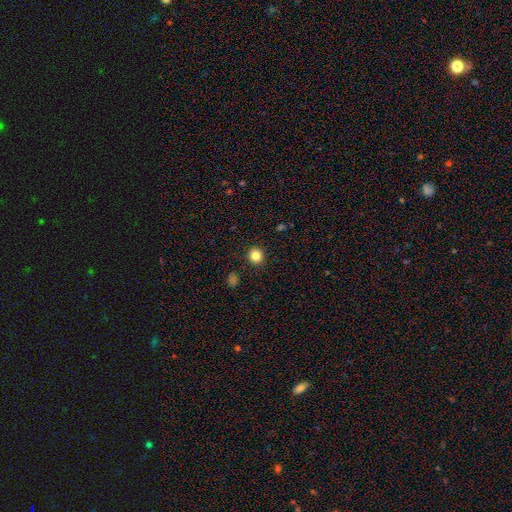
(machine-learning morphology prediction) Smooth or featured? smooth (84%)
How rounded? round (88%)
Merging? none (92%)